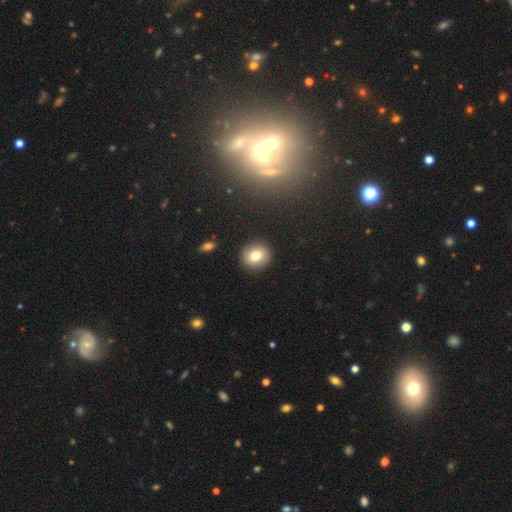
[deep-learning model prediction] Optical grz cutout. It shows a smooth galaxy with no disk features (78%) that is round (81%). Merging: none (91%).